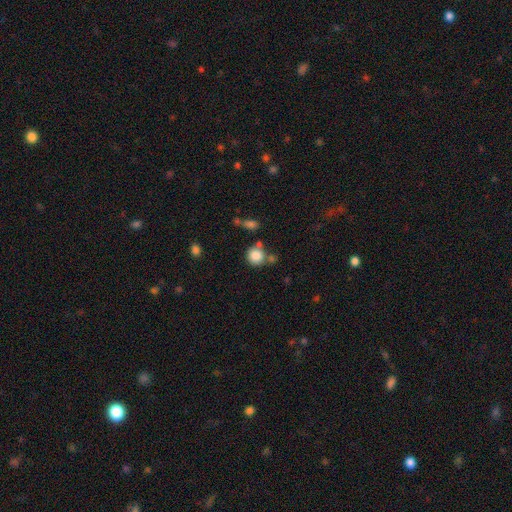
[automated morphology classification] smooth 84%, star or artifact 10%, featured or disk 7%. Down the decision tree: how rounded — round (90%); merging — none (65%).